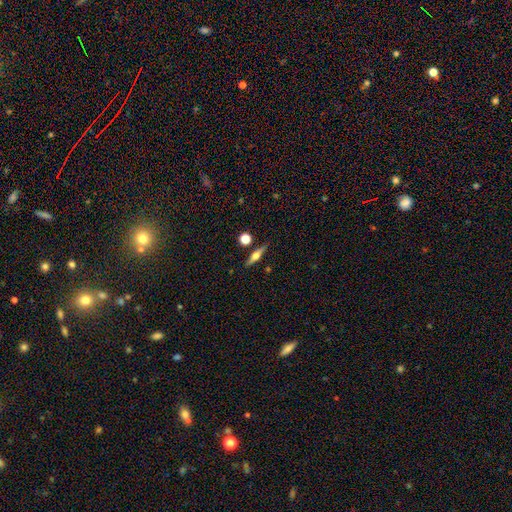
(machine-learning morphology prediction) A featured or disk galaxy (64%) viewed edge-on (96%) with a rounded central bulge (93%).

Vote fractions:
- Smooth or featured? featured or disk: 64% / smooth: 29% / star or artifact: 7%
- Edge-on disk? yes: 96% / no: 4%
- Edge-on bulge? rounded: 93% / boxy: 5% / none: 3%
- Merging? none: 85% / minor disturbance: 9% / merger: 4% / major disturbance: 2%